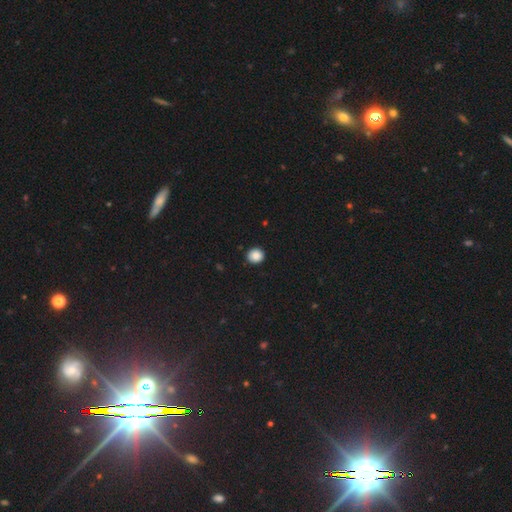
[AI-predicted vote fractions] A smooth galaxy with no disk features (87%) that is round (88%).

Vote fractions:
- Smooth or featured? smooth: 87% / star or artifact: 10% / featured or disk: 3%
- How rounded? round: 88% / in between: 11% / cigar-shaped: 1%
- Merging? none: 92% / minor disturbance: 6% / major disturbance: 2% / merger: 1%